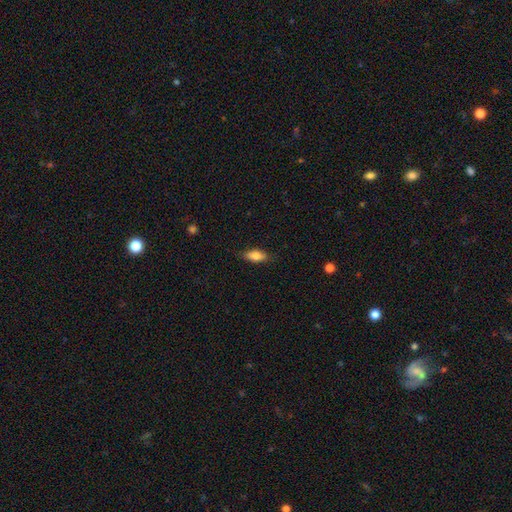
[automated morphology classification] Q: Smooth or featured?
A: smooth (80%); runner-up: featured or disk (13%)
Q: How rounded?
A: in between (79%); runner-up: cigar-shaped (18%)
Q: Merging?
A: none (84%); runner-up: minor disturbance (13%)